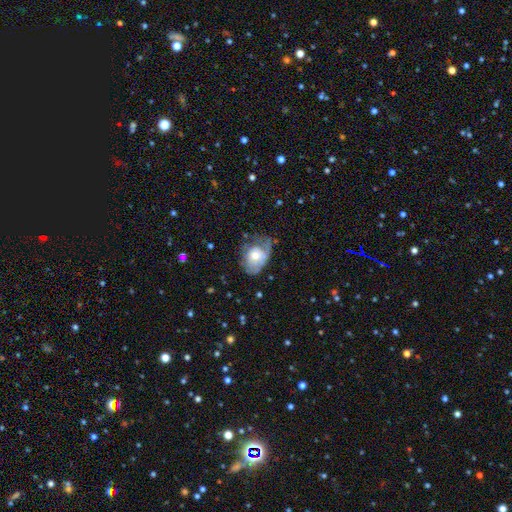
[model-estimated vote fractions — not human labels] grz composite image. It shows a featured or disk galaxy (47%). Merging: none (34%).